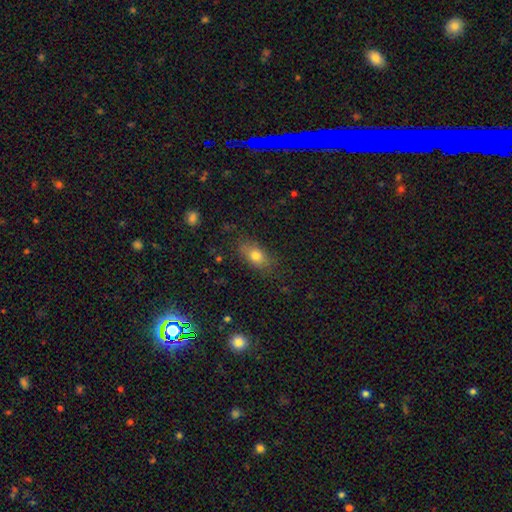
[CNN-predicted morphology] This is likely a smooth galaxy (78%). How rounded: clearly in between (81%). Merging: likely none (76%).